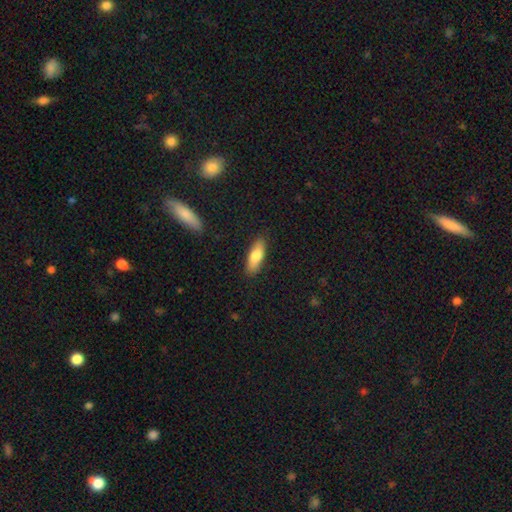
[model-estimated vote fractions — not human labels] A smooth galaxy with no disk features (77%) that is in between round and cigar-shaped (60%).

Vote fractions:
- Smooth or featured? smooth: 77% / featured or disk: 17% / star or artifact: 6%
- How rounded? in between: 60% / cigar-shaped: 38% / round: 2%
- Merging? none: 87% / minor disturbance: 10% / major disturbance: 2% / merger: 1%